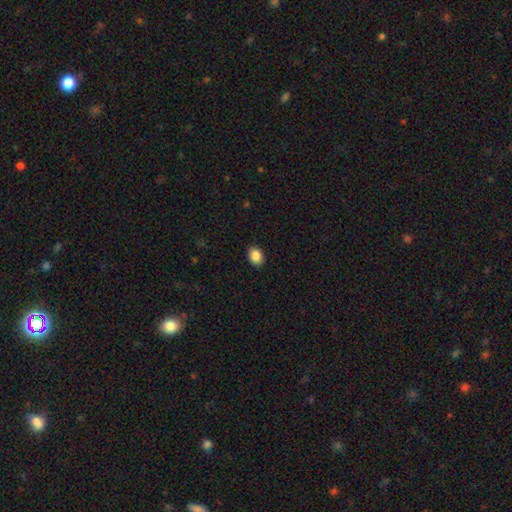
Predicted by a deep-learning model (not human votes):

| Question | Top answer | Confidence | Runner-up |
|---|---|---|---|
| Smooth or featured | smooth | 87% | star or artifact (8%) |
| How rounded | in between | 65% | round (35%) |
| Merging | none | 90% | minor disturbance (7%) |